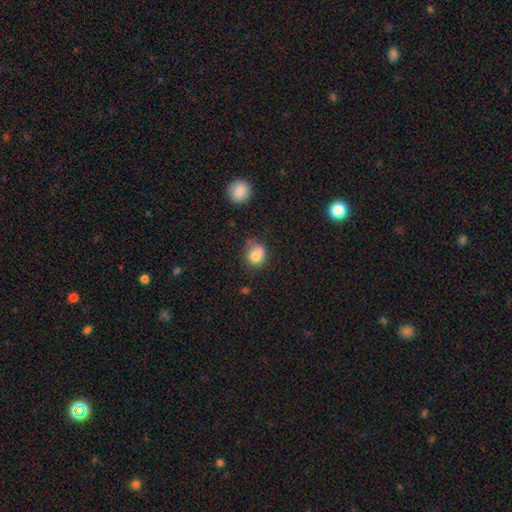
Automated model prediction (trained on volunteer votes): smooth-or-featured: smooth: 77% | featured or disk: 12% | star or artifact: 10%
  how-rounded: round: 74% | in between: 25% | cigar-shaped: 1%
  merging: none: 46% | minor disturbance: 26% | merger: 17% | major disturbance: 10%